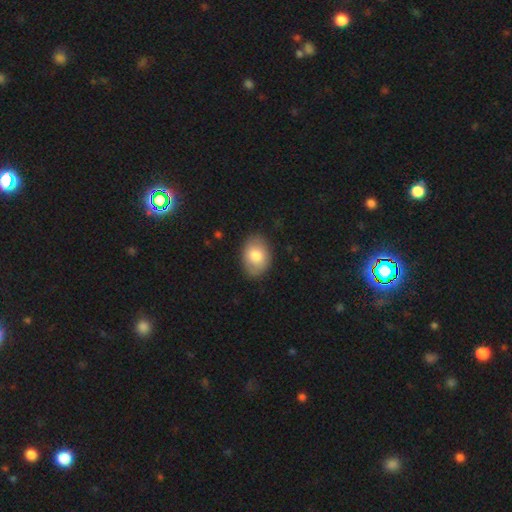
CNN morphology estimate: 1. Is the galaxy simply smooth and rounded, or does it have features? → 80% smooth, 14% featured or disk, 6% star or artifact.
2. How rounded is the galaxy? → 79% in between, 20% round, 1% cigar-shaped.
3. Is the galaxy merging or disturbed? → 84% none, 12% minor disturbance, 3% major disturbance, 1% merger.